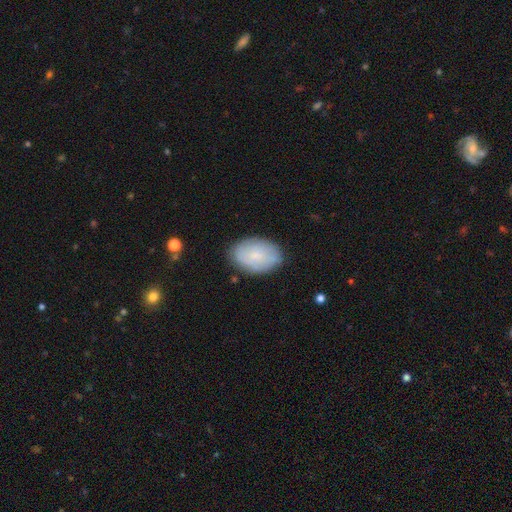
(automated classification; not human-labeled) This is likely a smooth galaxy (67%). How rounded: clearly in between (87%). Merging: clearly none (82%).